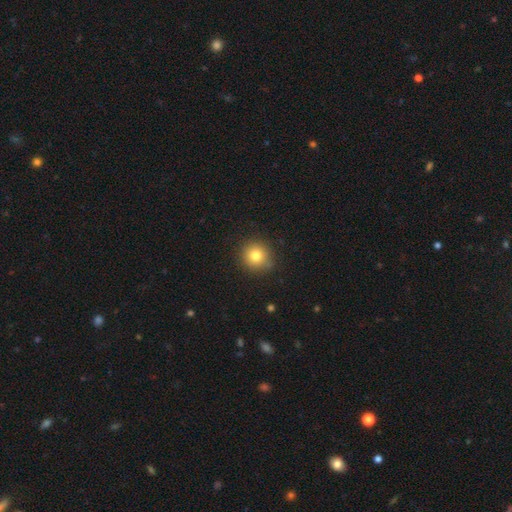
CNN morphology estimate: A smooth galaxy with no disk features (79%) that is round (91%). Merging: none (87%).